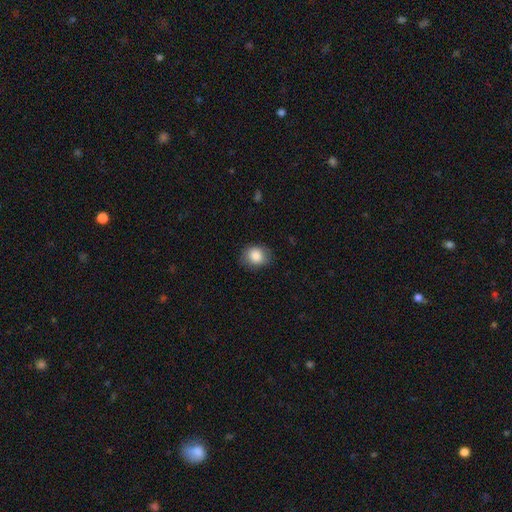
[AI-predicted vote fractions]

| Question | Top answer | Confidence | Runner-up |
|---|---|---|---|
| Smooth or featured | smooth | 85% | star or artifact (8%) |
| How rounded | round | 50% | in between (49%) |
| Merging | none | 77% | minor disturbance (17%) |